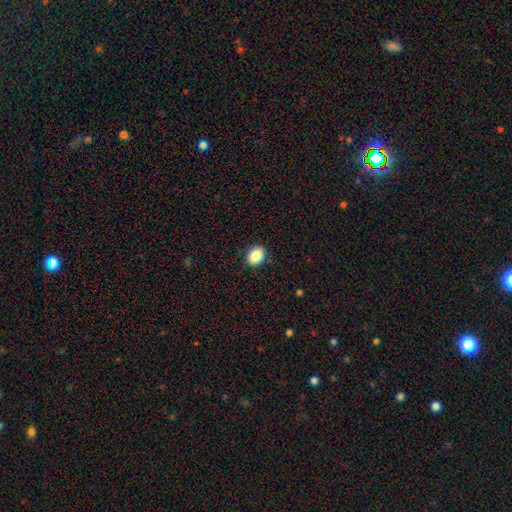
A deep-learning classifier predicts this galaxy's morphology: Overall: smooth (86%). How rounded: in between (69%; round 30%). Merging: none (89%).